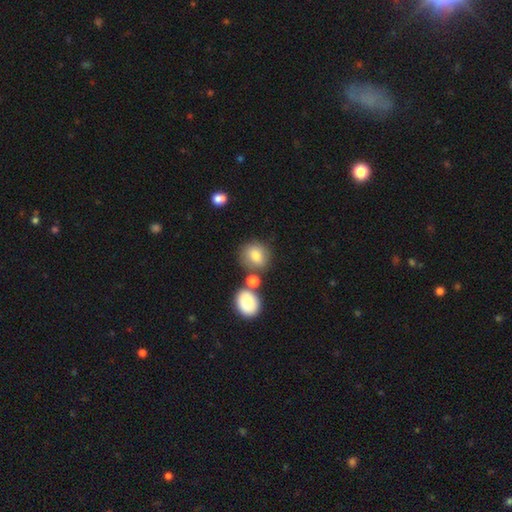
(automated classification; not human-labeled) smooth 79%, featured or disk 11%, star or artifact 10%. Down the decision tree: how rounded — round (80%); merging — none (67%).